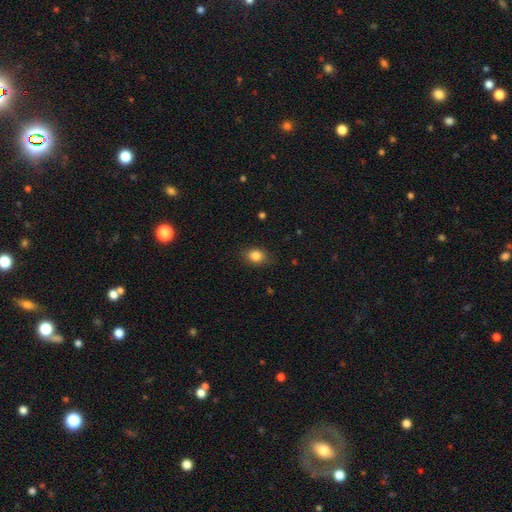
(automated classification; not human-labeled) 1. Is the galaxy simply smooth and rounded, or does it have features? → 84% smooth, 10% star or artifact, 6% featured or disk.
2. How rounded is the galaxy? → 58% in between, 41% round, 1% cigar-shaped.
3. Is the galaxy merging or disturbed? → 83% none, 13% minor disturbance, 3% major disturbance, 1% merger.